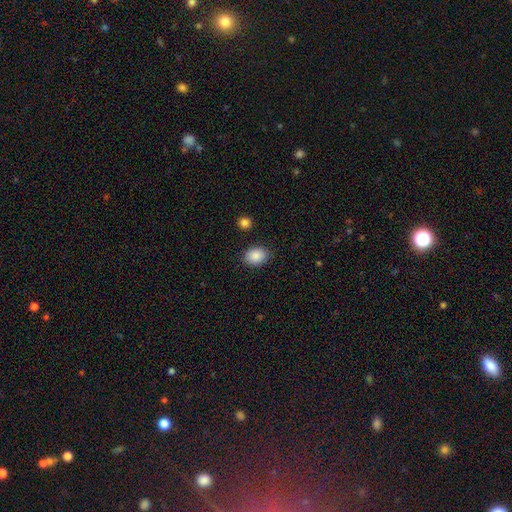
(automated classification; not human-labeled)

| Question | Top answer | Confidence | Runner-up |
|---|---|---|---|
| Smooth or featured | smooth | 88% | star or artifact (7%) |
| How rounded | in between | 67% | round (32%) |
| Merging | none | 86% | minor disturbance (9%) |